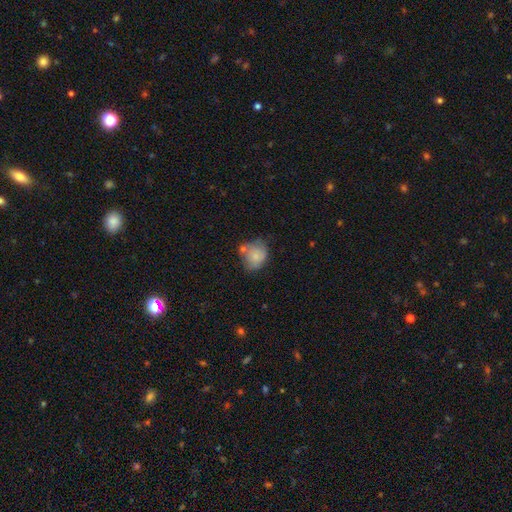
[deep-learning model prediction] Q: Smooth or featured?
A: smooth (73%); runner-up: featured or disk (19%)
Q: How rounded?
A: round (61%); runner-up: in between (38%)
Q: Merging?
A: none (43%); runner-up: minor disturbance (28%)